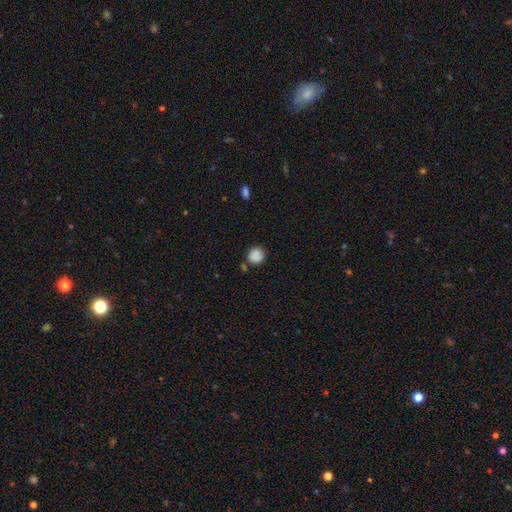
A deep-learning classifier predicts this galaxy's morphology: type=smooth (87%); roundness=round (87%); merging=none (73%).